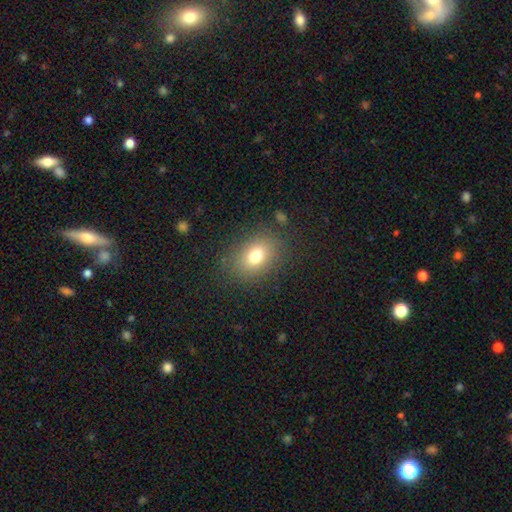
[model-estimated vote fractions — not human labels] Smooth or featured: smooth — 76% (star or artifact — 12%)
How rounded: in between — 64% (round — 35%)
Merging: none — 83% (minor disturbance — 10%)